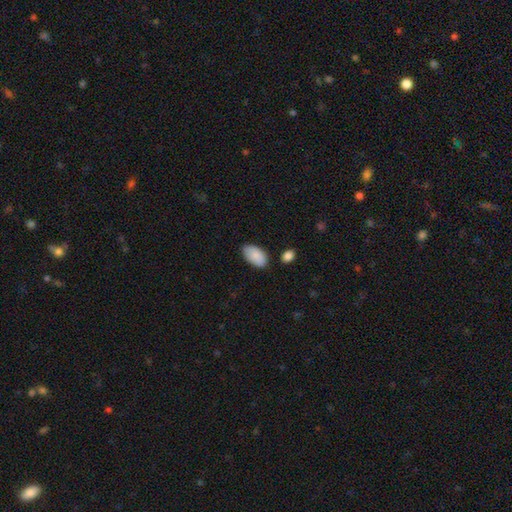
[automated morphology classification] smooth_or_featured: smooth (p=0.88) [alt: featured or disk p=0.06]
how_rounded: in between (p=0.95) [alt: round p=0.03]
merging: none (p=0.77) [alt: minor disturbance p=0.17]